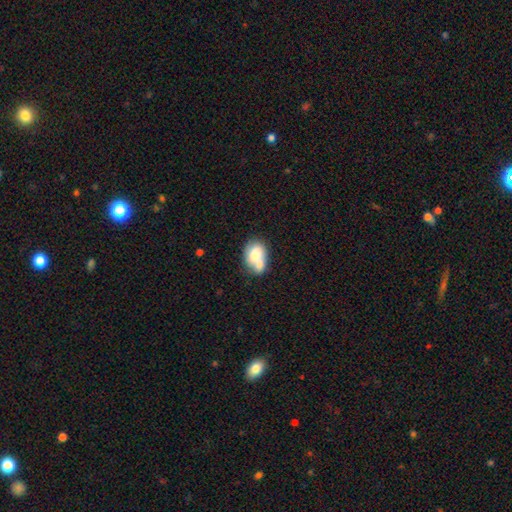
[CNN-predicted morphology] Q: Smooth or featured?
A: smooth (69%); runner-up: featured or disk (23%)
Q: How rounded?
A: in between (74%); runner-up: round (25%)
Q: Merging?
A: merger (54%); runner-up: none (27%)